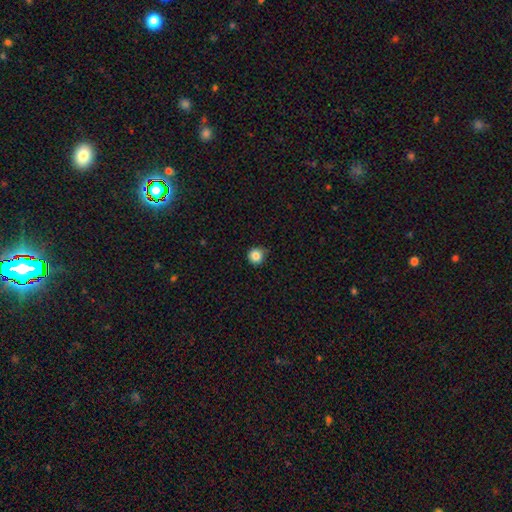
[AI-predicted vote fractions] Smooth or featured? smooth (83%)
How rounded? round (93%)
Merging? none (76%)